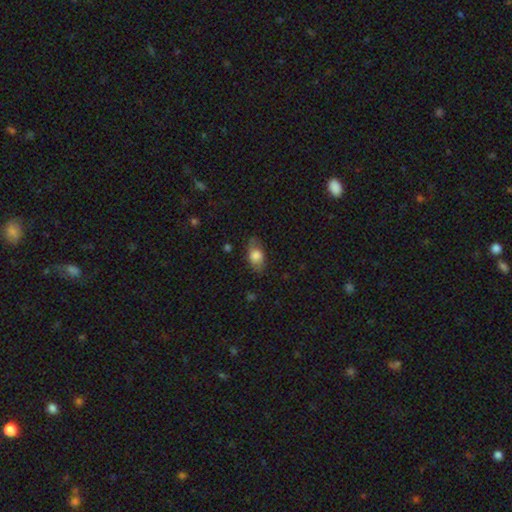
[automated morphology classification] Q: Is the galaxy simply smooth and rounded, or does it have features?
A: smooth — 74%.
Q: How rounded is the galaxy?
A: in between — 87%.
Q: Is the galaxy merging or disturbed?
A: none — 74%.